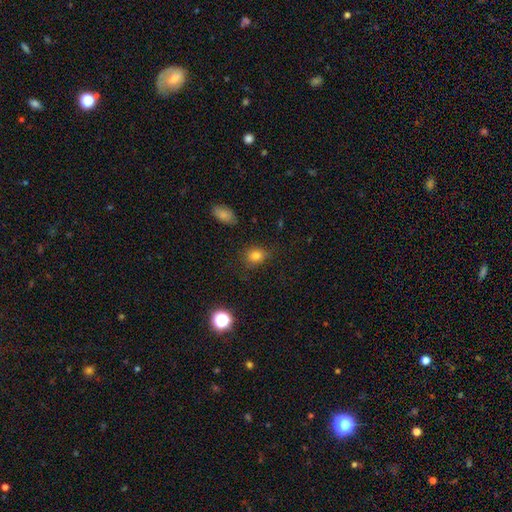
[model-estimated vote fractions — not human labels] The model was most divided on "how rounded": round: 64%, in between: 35%, cigar-shaped: 1%. More confident: smooth or featured — smooth (80%); merging — none (77%).